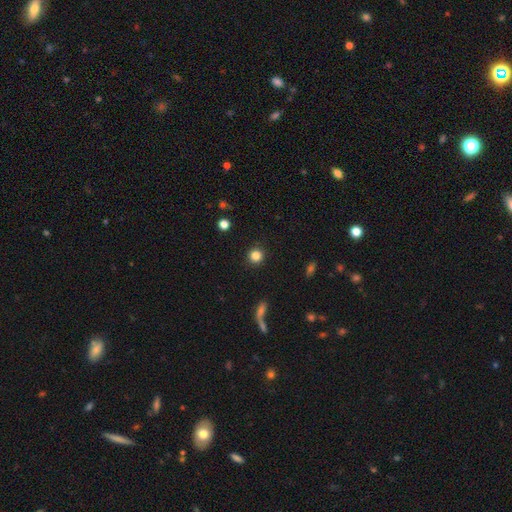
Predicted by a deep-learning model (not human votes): Smooth or featured? Predicted: smooth (p=0.85). How rounded? Predicted: round (p=0.94). Merging? Predicted: none (p=0.92).